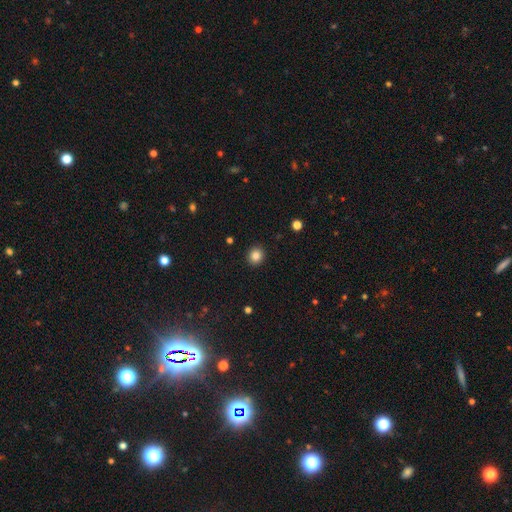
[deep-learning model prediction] Smooth or featured: smooth — 85% (star or artifact — 11%)
How rounded: round — 85% (in between — 14%)
Merging: none — 92% (minor disturbance — 5%)